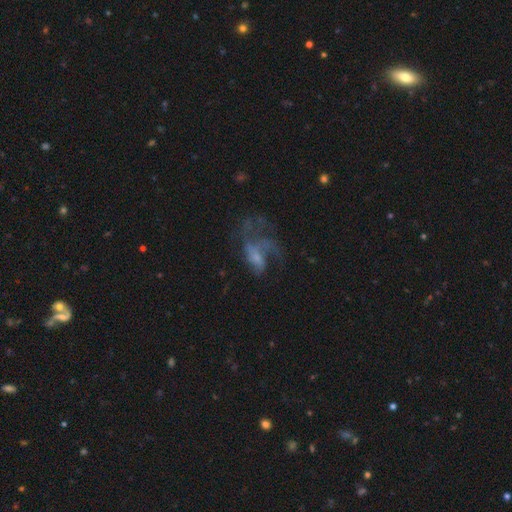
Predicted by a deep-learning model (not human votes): A featured or disk galaxy (62%) with no bar (67%), spiral arms (59%) and no central bulge (35%, tied with small).

Vote fractions:
- Smooth or featured? featured or disk: 62% / smooth: 24% / star or artifact: 14%
- Edge-on disk? no: 96% / yes: 4%
- Bar? no: 67% / weak: 27% / strong: 6%
- Spiral arms? yes: 59% / no: 41%
- Bulge size? none: 35% (tied) / small: 35% (tied) / moderate: 23% / large: 5% / dominant: 2%
- Merging? major disturbance: 53% / none: 27% / minor disturbance: 14% / merger: 6%